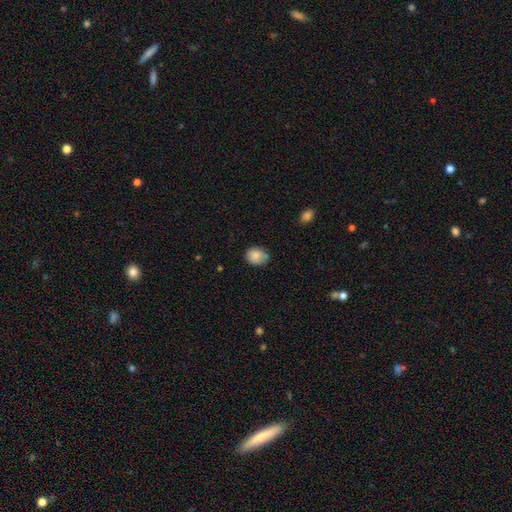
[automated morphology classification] Q: Smooth or featured?
A: smooth (84%); runner-up: featured or disk (8%)
Q: How rounded?
A: round (62%); runner-up: in between (37%)
Q: Merging?
A: none (69%); runner-up: minor disturbance (25%)